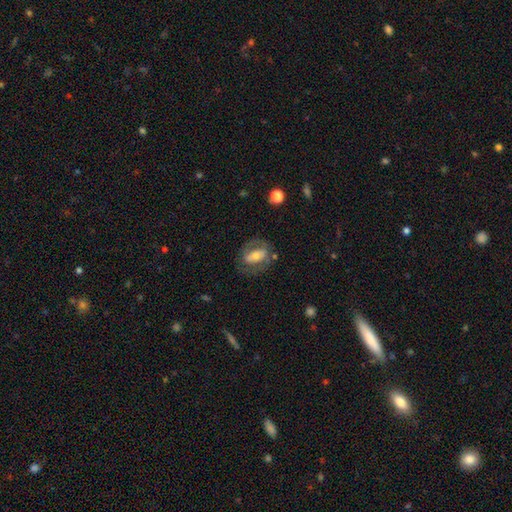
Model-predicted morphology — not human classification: The model was most divided on "spiral arms": no: 51%, yes: 49%. Remaining: edge-on disk — no (92%); merging — none (67%); smooth or featured — featured or disk (55%); bulge size — moderate (50%); bar — no (37%).